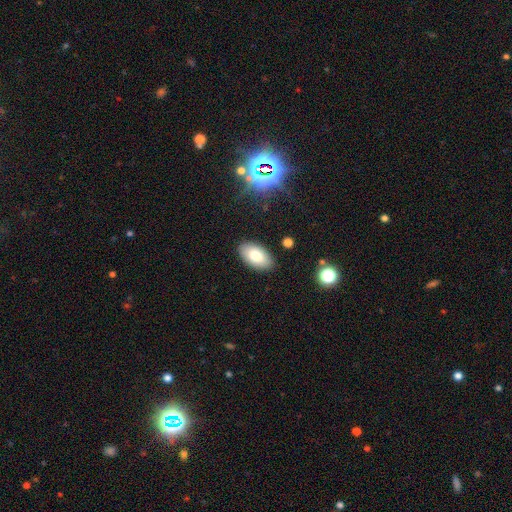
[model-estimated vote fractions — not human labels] This appears to be a smooth galaxy with no disk features (79%) that is in between round and cigar-shaped (95%). Merging: none (87%).